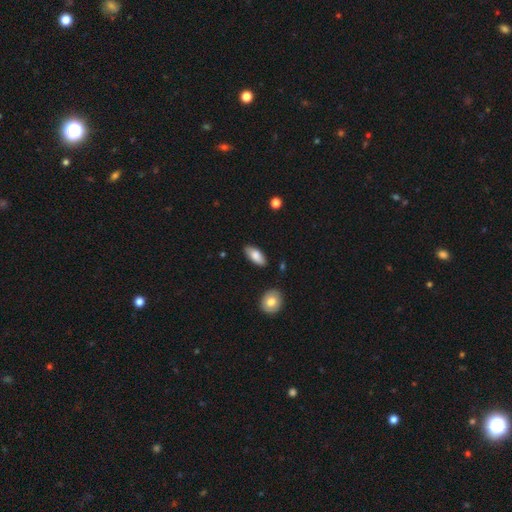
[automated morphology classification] Overall: smooth (80%). How rounded: in between (86%). Merging: none (84%).